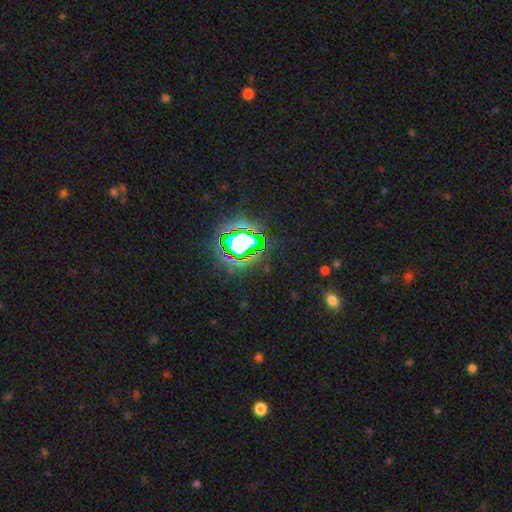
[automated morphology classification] A star or artifact, not a galaxy (82%).

Vote fractions:
- Smooth or featured? star or artifact: 82% / smooth: 11% / featured or disk: 7%